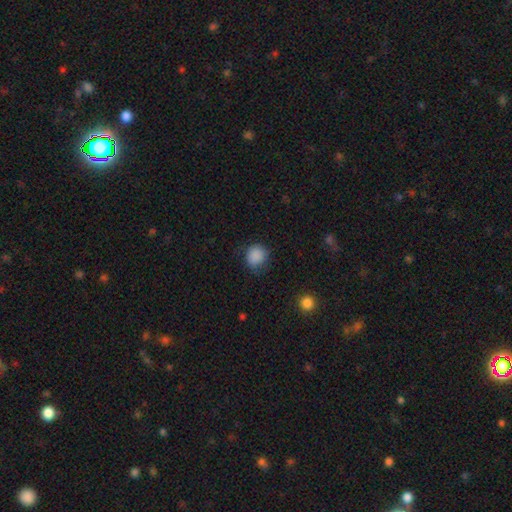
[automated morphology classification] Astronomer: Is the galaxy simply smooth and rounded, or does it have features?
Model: smooth — 87%.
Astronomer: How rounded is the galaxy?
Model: round — 83%.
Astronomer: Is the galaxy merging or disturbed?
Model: none — 74%.